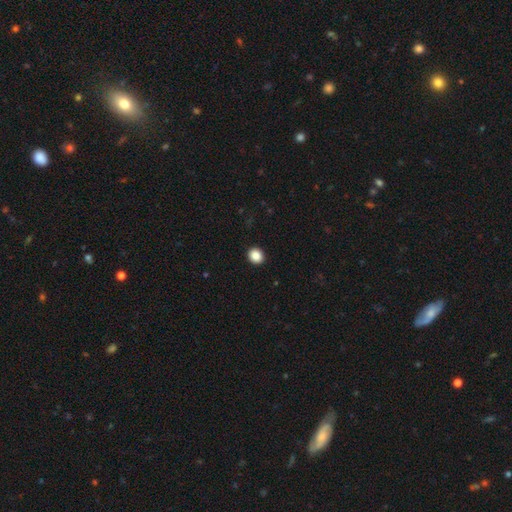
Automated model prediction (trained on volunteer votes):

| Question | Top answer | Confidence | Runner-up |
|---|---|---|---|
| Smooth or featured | smooth | 88% | star or artifact (9%) |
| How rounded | round | 80% | in between (19%) |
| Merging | none | 93% | minor disturbance (4%) |